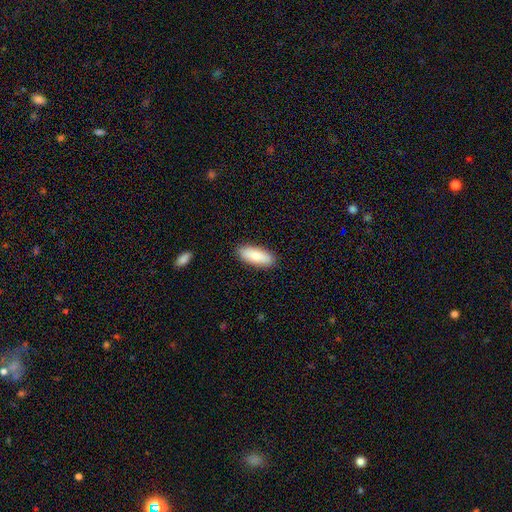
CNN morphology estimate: The model was most divided on "how rounded": in between: 74%, cigar-shaped: 25%, round: 2%. More confident: merging — none (89%); smooth or featured — smooth (86%).